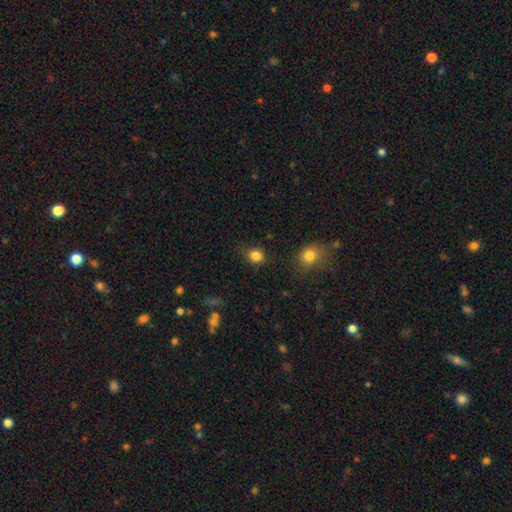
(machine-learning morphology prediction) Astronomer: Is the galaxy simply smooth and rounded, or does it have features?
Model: smooth — 84%.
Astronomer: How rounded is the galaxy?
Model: round — 77%.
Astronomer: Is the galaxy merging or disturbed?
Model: none — 77%.